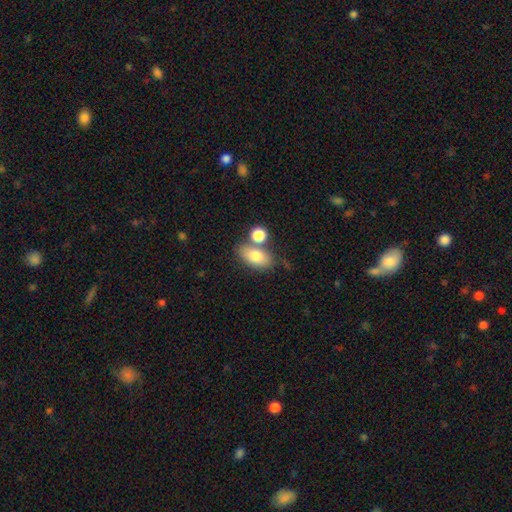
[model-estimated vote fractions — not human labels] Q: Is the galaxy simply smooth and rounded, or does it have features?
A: smooth — 78%.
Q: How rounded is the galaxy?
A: in between — 87%.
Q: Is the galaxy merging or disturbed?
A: none — 59%.